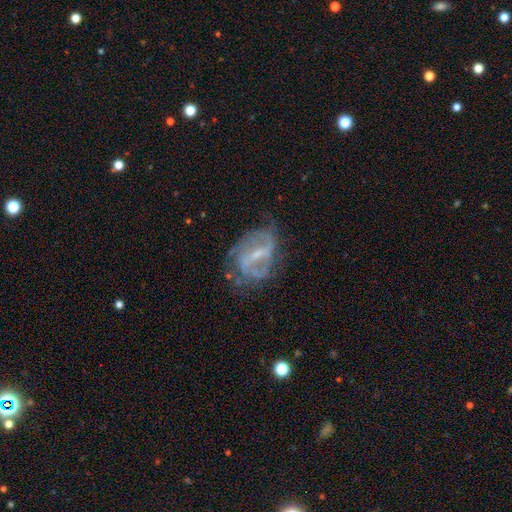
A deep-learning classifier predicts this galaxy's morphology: Smooth or featured: featured or disk — 83% (smooth — 10%)
Edge-on disk: no — 96% (yes — 4%)
Bar: weak — 45% (strong — 41%)
Spiral arms: yes — 87% (no — 13%)
Spiral winding: medium — 45% (loose — 33%)
Spiral arm count: 2 — 63% (can't tell — 18%)
Bulge size: small — 63% (moderate — 25%)
Merging: none — 58% (minor disturbance — 24%)